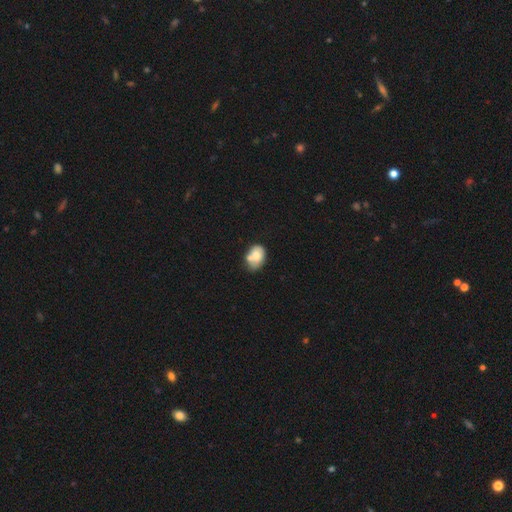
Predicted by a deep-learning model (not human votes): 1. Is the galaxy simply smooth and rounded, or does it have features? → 67% smooth, 25% featured or disk, 8% star or artifact.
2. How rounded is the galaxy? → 75% in between, 24% round, 1% cigar-shaped.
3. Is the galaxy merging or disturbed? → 38% none, 33% merger, 22% minor disturbance, 7% major disturbance.